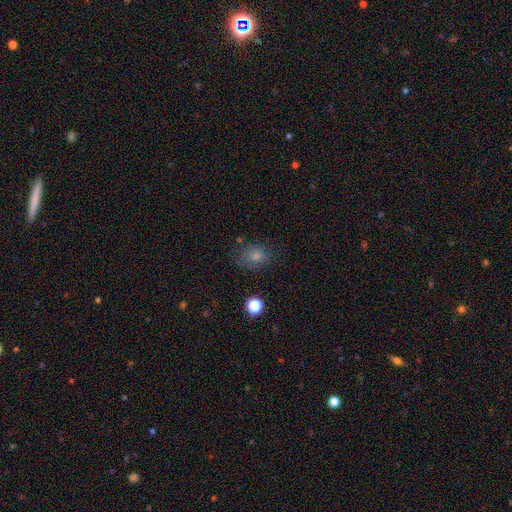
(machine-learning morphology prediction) type=smooth (62%); roundness=in between (53%); merging=none (74%).